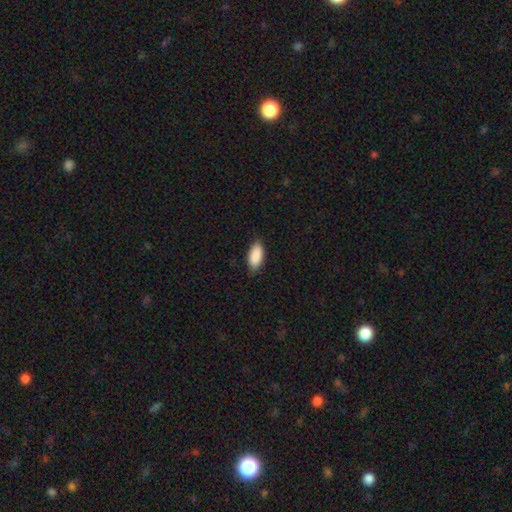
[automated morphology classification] smooth_or_featured: smooth (p=0.90) [alt: star or artifact p=0.06]
how_rounded: in between (p=0.88) [alt: cigar-shaped p=0.10]
merging: none (p=0.84) [alt: minor disturbance p=0.13]